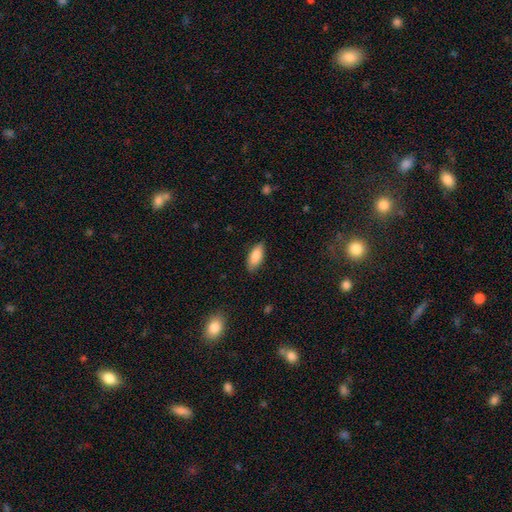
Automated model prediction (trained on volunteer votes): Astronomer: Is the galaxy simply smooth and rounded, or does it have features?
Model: smooth — 86%.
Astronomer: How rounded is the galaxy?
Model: in between — 85%.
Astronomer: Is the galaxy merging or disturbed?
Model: none — 81%.